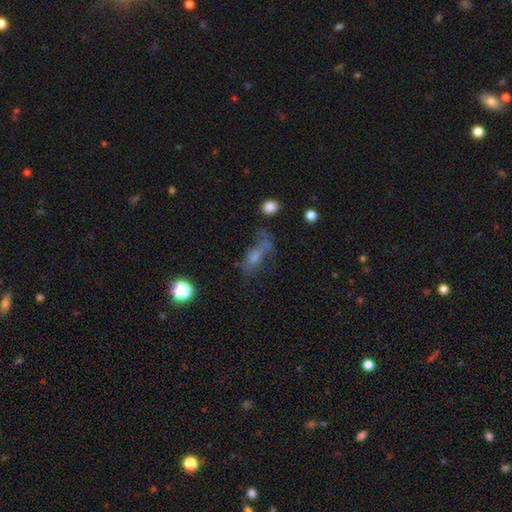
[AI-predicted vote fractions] Smooth or featured?
  - smooth: 42% *
  - featured or disk: 37%
  - star or artifact: 21%
Merging?
  - none: 39% *
  - major disturbance: 30%
  - minor disturbance: 21%
  - merger: 10%